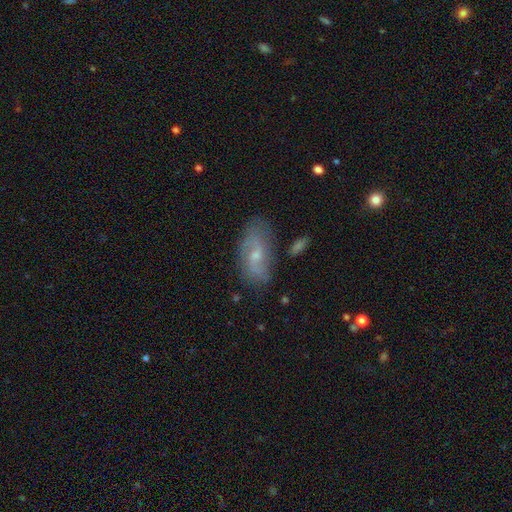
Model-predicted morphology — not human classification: Q: Smooth or featured?
A: featured or disk (66%); runner-up: smooth (25%)
Q: Edge-on disk?
A: no (93%); runner-up: yes (7%)
Q: Bar?
A: no (48%); runner-up: weak (44%)
Q: Spiral arms?
A: yes (85%); runner-up: no (15%)
Q: Spiral winding?
A: medium (41%); runner-up: loose (39%)
Q: Spiral arm count?
A: 2 (75%); runner-up: can't tell (16%)
Q: Bulge size?
A: small (55%); runner-up: moderate (39%)
Q: Merging?
A: none (73%); runner-up: minor disturbance (18%)